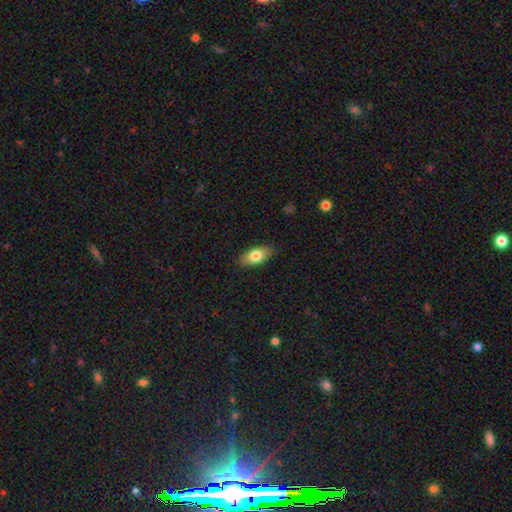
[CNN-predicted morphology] Smooth or featured?
  - smooth: 76% *
  - featured or disk: 17%
  - star or artifact: 7%
How rounded?
  - in between: 88% *
  - cigar-shaped: 7%
  - round: 5%
Merging?
  - none: 86% *
  - minor disturbance: 10%
  - major disturbance: 2%
  - merger: 1%